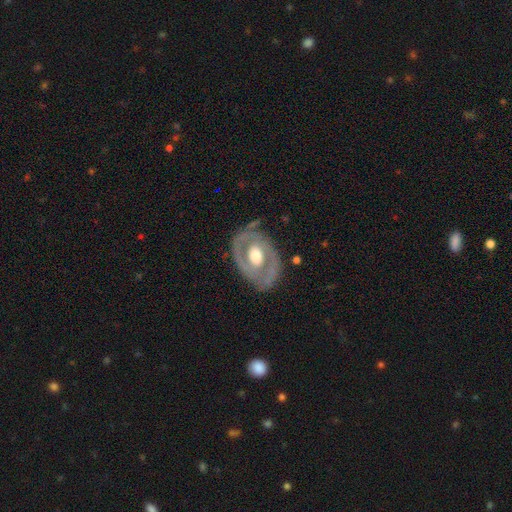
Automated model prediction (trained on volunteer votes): smooth-or-featured: featured or disk: 71% | smooth: 25% | star or artifact: 5%
  disk-edge-on: no: 94% | yes: 6%
    bar: no: 67% | weak: 24% | strong: 9%
    has-spiral-arms: no: 54% | yes: 46%
    bulge-size: moderate: 61% | large: 30% | small: 6% | dominant: 2% | none: 1%
  merging: none: 72% | minor disturbance: 18% | major disturbance: 8% | merger: 2%